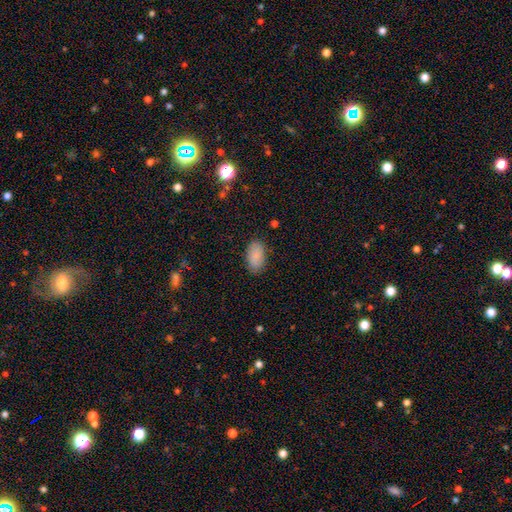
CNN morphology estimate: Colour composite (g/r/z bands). It shows a smooth galaxy with no disk features (87%) that is in between round and cigar-shaped (94%). Merging: none (84%).